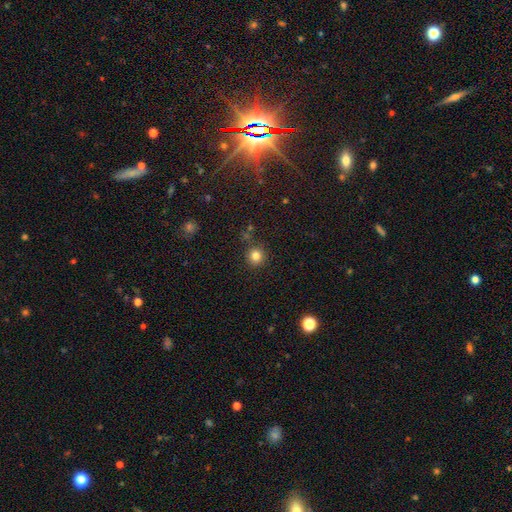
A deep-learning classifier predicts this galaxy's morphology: Overall: smooth (82%). How rounded: round (93%). Merging: none (86%).